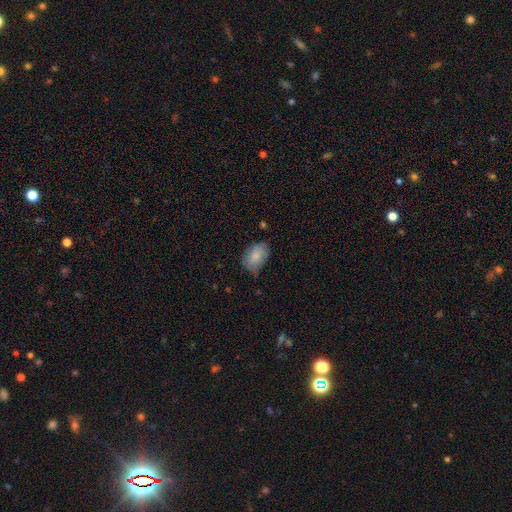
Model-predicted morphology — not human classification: smooth_or_featured: smooth (p=0.80) [alt: featured or disk p=0.13]
how_rounded: in between (p=0.87) [alt: round p=0.12]
merging: none (p=0.59) [alt: minor disturbance p=0.32]